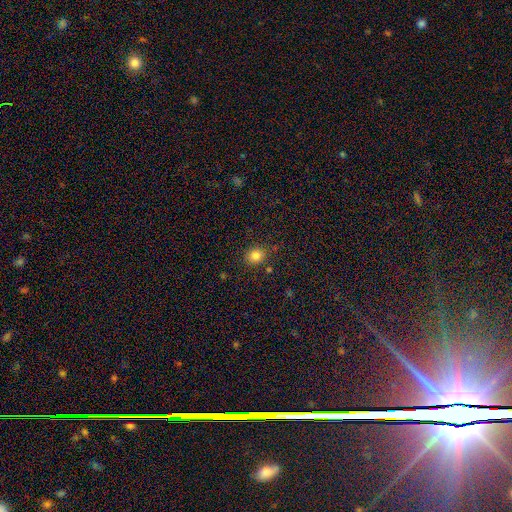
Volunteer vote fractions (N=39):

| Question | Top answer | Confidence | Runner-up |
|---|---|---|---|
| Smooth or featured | smooth | 85% | star or artifact (10%) |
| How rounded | round | 67% | in between (33%) |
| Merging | none | 97% | merger (3%) |